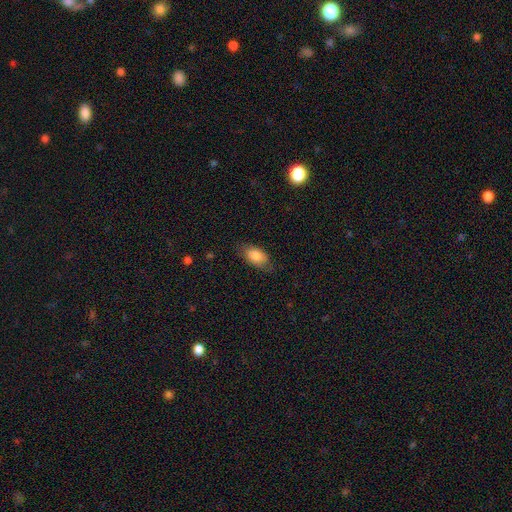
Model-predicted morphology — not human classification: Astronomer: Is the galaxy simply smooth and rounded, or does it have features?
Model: smooth — 81%.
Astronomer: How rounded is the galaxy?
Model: in between — 91%.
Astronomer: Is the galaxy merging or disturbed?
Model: none — 72%.